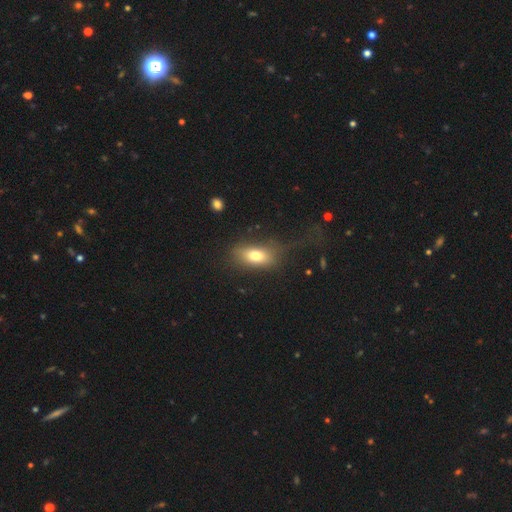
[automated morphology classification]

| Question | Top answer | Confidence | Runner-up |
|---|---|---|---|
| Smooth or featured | smooth | 75% | featured or disk (15%) |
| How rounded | in between | 84% | round (9%) |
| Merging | none | 58% | major disturbance (20%) |